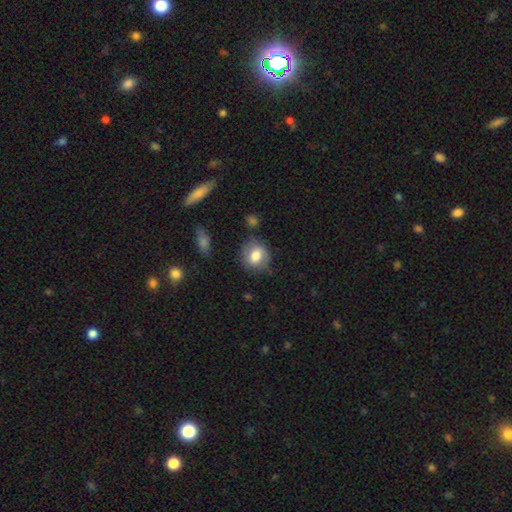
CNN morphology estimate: Q: Smooth or featured?
A: smooth (75%); runner-up: featured or disk (18%)
Q: How rounded?
A: round (63%); runner-up: in between (36%)
Q: Merging?
A: none (72%); runner-up: minor disturbance (19%)